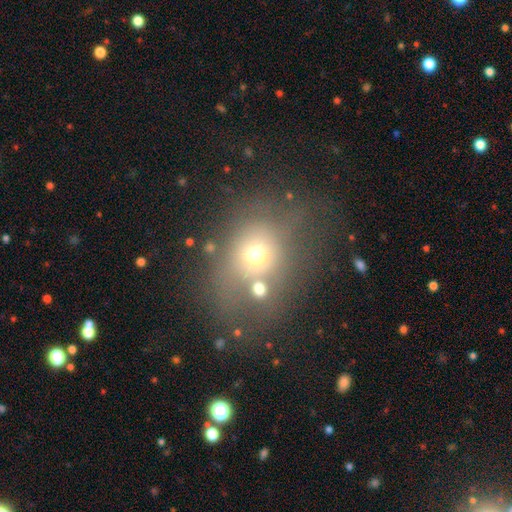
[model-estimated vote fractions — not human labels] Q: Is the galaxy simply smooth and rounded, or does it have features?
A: smooth — 59%.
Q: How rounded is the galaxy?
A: round — 57%.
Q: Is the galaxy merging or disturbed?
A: none — 43%.